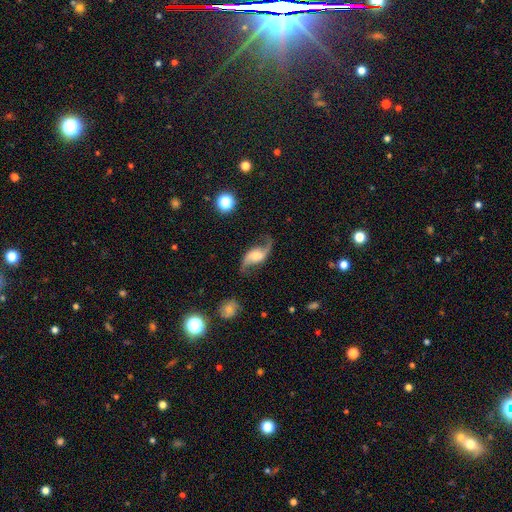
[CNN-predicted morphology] smooth-or-featured: featured or disk: 85% | smooth: 8% | star or artifact: 6%
  disk-edge-on: no: 96% | yes: 4%
    bar: no: 49% | weak: 37% | strong: 14%
    has-spiral-arms: yes: 96% | no: 4%
      spiral-winding: loose: 84% | medium: 13% | tight: 3%
      spiral-arm-count: 2: 93% | 1: 2% | can't tell: 1% | 3: 1% | 4: 1% | more than 4: 1%
    bulge-size: moderate: 40% | small: 31% | large: 16% | none: 10% | dominant: 3%
  merging: none: 75% | minor disturbance: 14% | major disturbance: 9% | merger: 2%